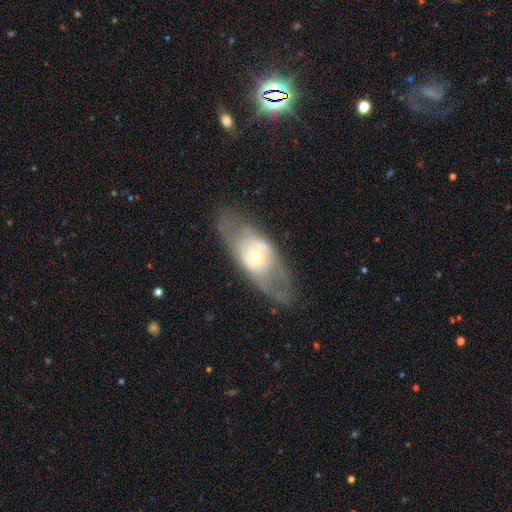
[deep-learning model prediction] Smooth or featured? Predicted: featured or disk (p=0.66). Edge-on disk? Predicted: no (p=0.83). Bar? Predicted: no (p=0.67). Spiral arms? Predicted: no (p=0.59). Bulge size? Predicted: small (p=0.50). Merging? Predicted: none (p=0.68).